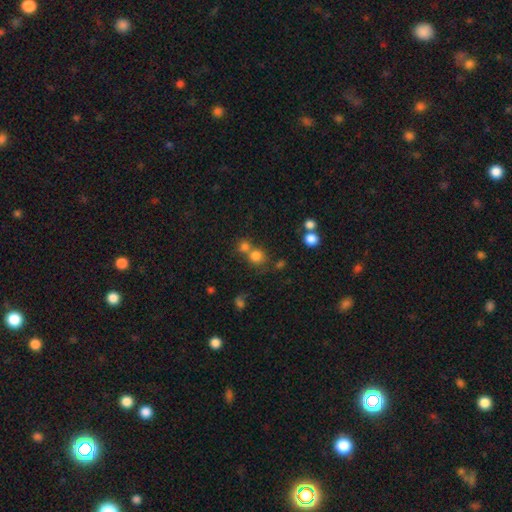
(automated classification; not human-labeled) This is likely a smooth galaxy (76%). How rounded: clearly round (87%). Merging: possibly none (52%).